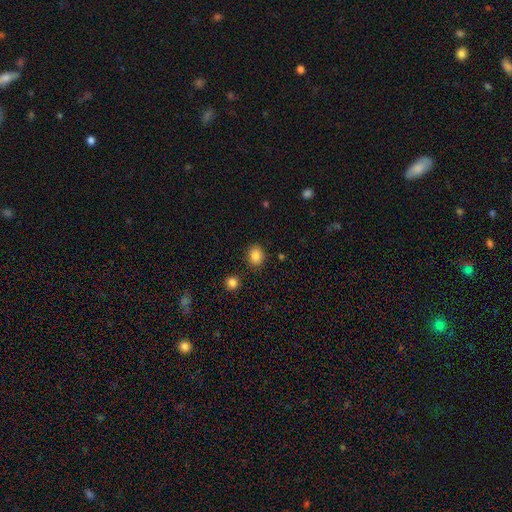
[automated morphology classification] This is clearly a smooth galaxy (86%). How rounded: possibly round (59%). Merging: clearly none (86%).